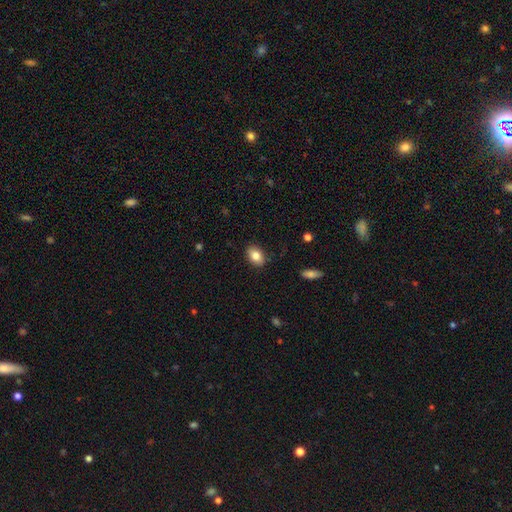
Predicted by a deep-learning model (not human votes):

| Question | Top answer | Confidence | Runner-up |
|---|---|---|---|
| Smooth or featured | smooth | 84% | featured or disk (9%) |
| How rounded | in between | 83% | round (16%) |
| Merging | none | 86% | minor disturbance (11%) |